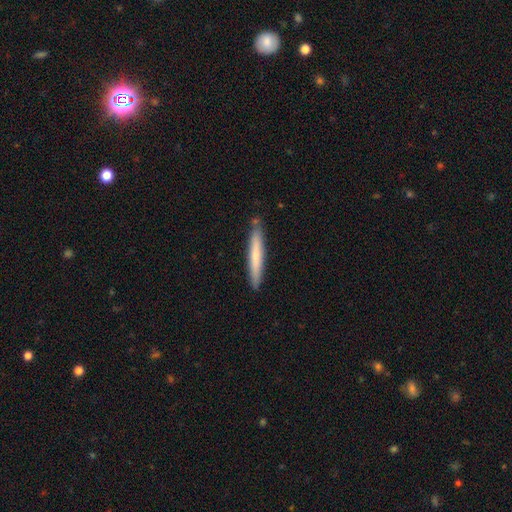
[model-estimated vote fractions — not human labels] smooth-or-featured: smooth: 66% | featured or disk: 29% | star or artifact: 5%
  how-rounded: cigar-shaped: 96% | in between: 3% | round: 1%
  merging: none: 87% | minor disturbance: 10% | merger: 2% | major disturbance: 2%